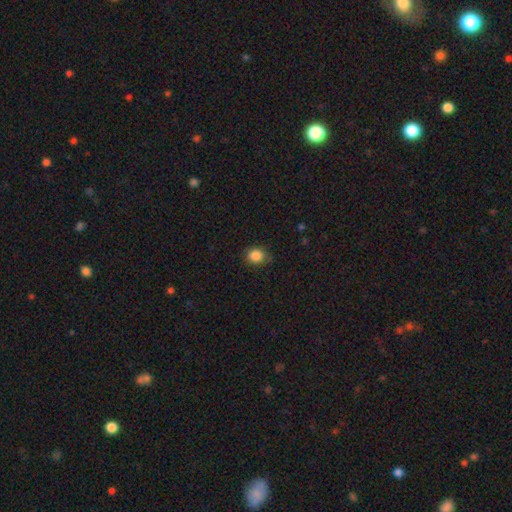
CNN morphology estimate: This is clearly a smooth galaxy (86%). How rounded: likely round (74%). Merging: likely none (80%).